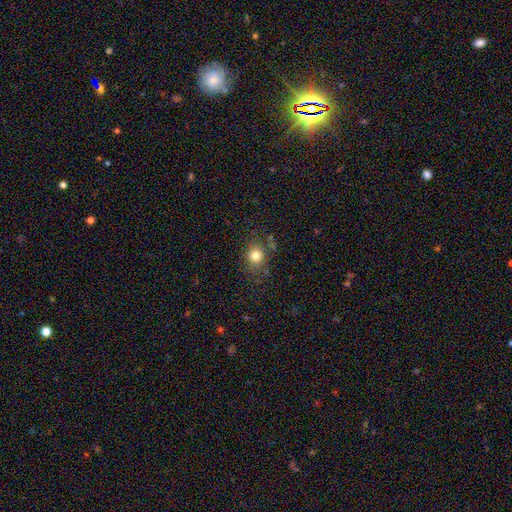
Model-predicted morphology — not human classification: The model was most divided on "how rounded": round: 75%, in between: 24%, cigar-shaped: 1%. More confident: smooth or featured — smooth (81%); merging — none (79%).